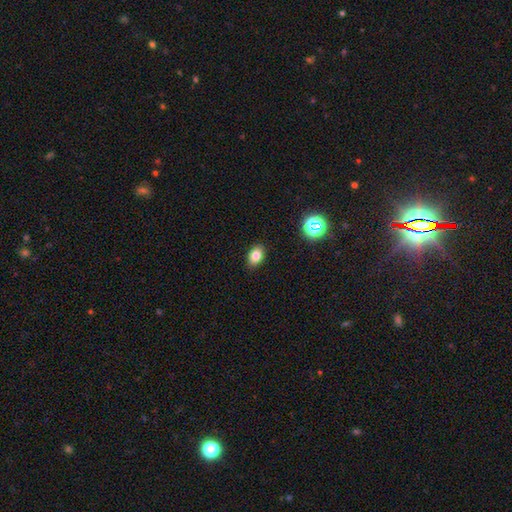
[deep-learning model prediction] smooth-or-featured: smooth: 81% | star or artifact: 12% | featured or disk: 7%
  how-rounded: in between: 84% | round: 15% | cigar-shaped: 1%
  merging: none: 89% | minor disturbance: 8% | major disturbance: 2% | merger: 1%